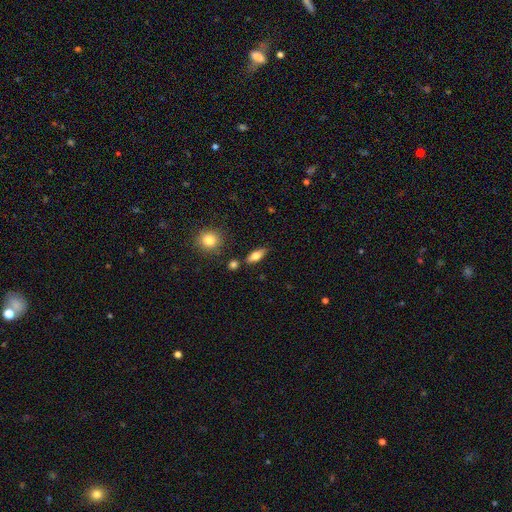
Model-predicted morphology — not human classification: smooth_or_featured: smooth (p=0.65) [alt: featured or disk p=0.28]
how_rounded: in between (p=0.71) [alt: cigar-shaped p=0.24]
merging: none (p=0.81) [alt: minor disturbance p=0.11]